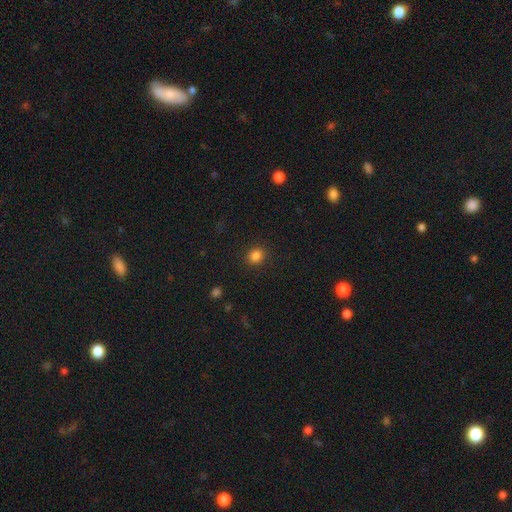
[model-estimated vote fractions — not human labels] Smooth or featured? Predicted: smooth (p=0.84). How rounded? Predicted: round (p=0.70). Merging? Predicted: none (p=0.89).